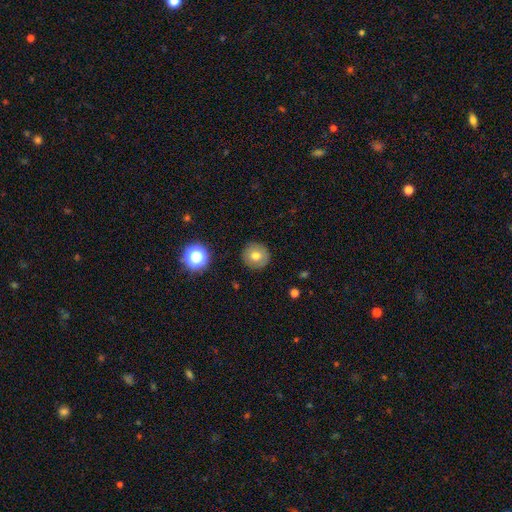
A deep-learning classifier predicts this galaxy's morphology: A smooth galaxy with no disk features (73%) that is round (93%). Merging: none (89%).